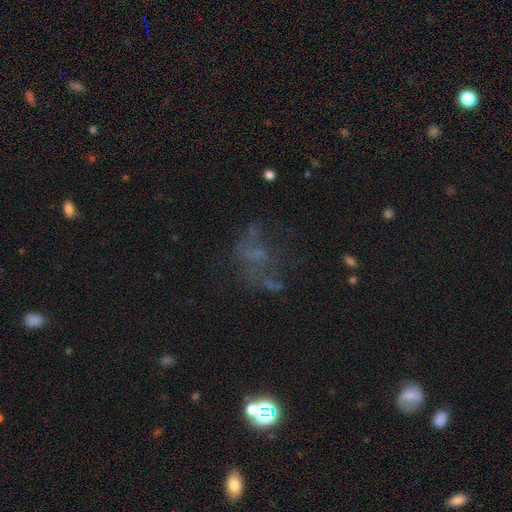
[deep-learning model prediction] Smooth or featured?
  - featured or disk: 42% *
  - star or artifact: 33%
  - smooth: 26%
Merging?
  - none: 44% *
  - major disturbance: 32%
  - minor disturbance: 17%
  - merger: 7%